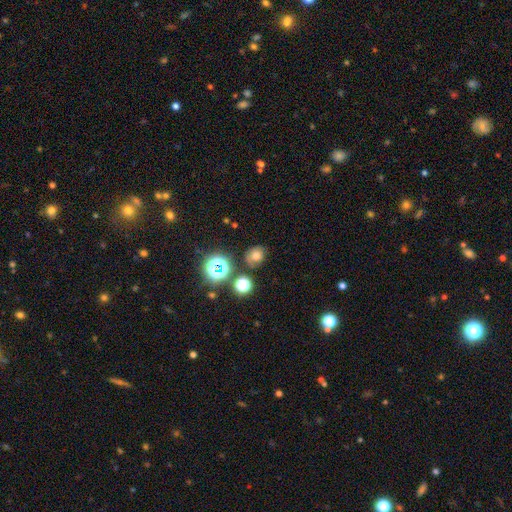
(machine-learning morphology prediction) smooth-or-featured: smooth: 59% | star or artifact: 26% | featured or disk: 15%
  how-rounded: round: 68% | in between: 31% | cigar-shaped: 1%
  merging: none: 73% | minor disturbance: 16% | major disturbance: 6% | merger: 5%